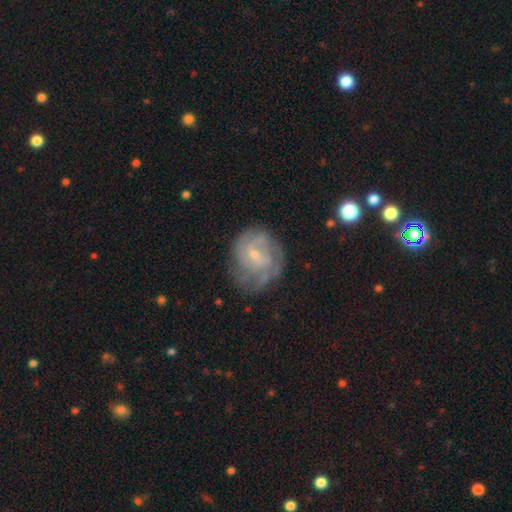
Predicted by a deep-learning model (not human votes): The model was most divided on "bar": no: 50%, weak: 44%, strong: 7%. Remaining: edge-on disk — no (98%); spiral arms — yes (89%); smooth or featured — featured or disk (75%); bulge size — small (72%); merging — none (65%); spiral winding — tight (48%); spiral arm count — can't tell (39%).